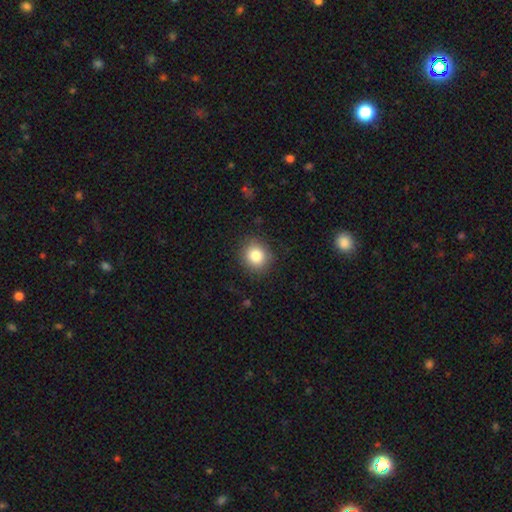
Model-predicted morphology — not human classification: Smooth or featured: smooth — 82% (star or artifact — 10%)
How rounded: round — 80% (in between — 19%)
Merging: none — 88% (minor disturbance — 9%)